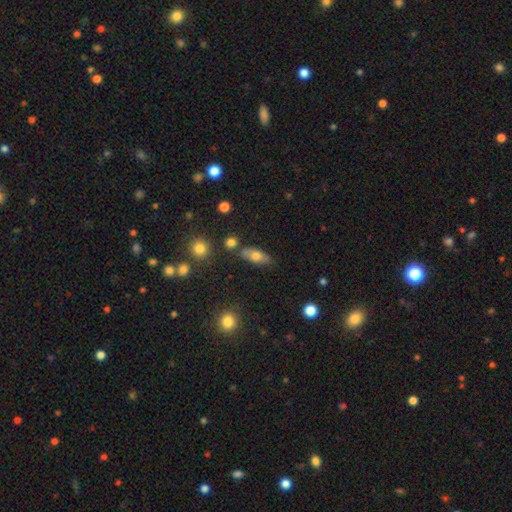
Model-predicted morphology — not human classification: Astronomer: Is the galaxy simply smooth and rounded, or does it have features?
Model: smooth — 68%.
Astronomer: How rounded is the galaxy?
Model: in between — 82%.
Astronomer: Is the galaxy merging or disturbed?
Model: none — 72%.